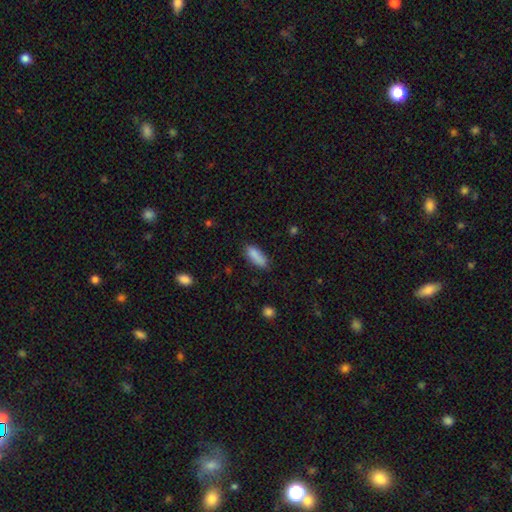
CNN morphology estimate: A smooth galaxy with no disk features (86%) that is in between round and cigar-shaped (68%). Merging: none (74%).